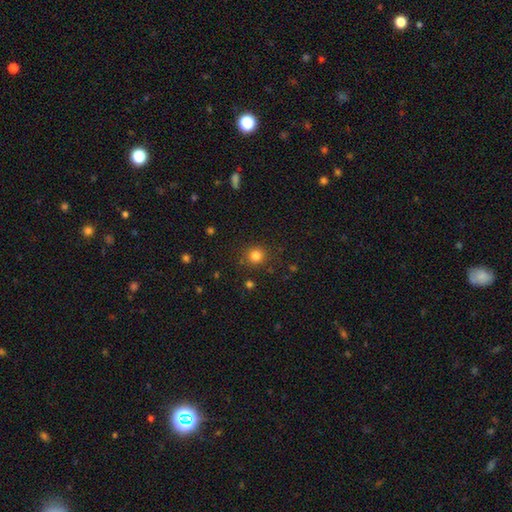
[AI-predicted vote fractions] Smooth or featured?
  - smooth: 81% *
  - star or artifact: 14%
  - featured or disk: 5%
How rounded?
  - round: 91% *
  - in between: 8%
  - cigar-shaped: 1%
Merging?
  - none: 87% *
  - minor disturbance: 8%
  - major disturbance: 3%
  - merger: 2%